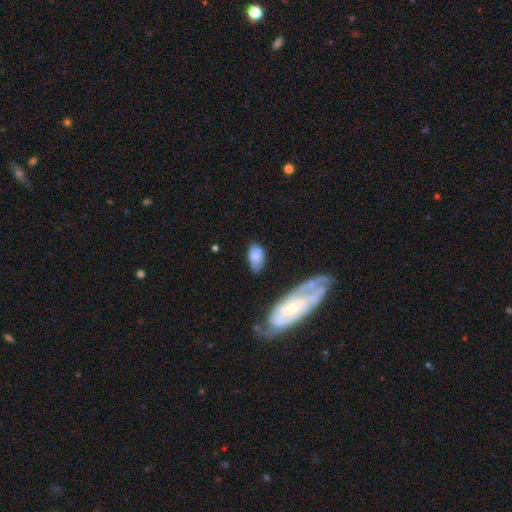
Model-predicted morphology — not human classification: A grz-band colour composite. It shows a smooth galaxy with no disk features (68%) that is in between round and cigar-shaped (92%). Merging: none (59%).